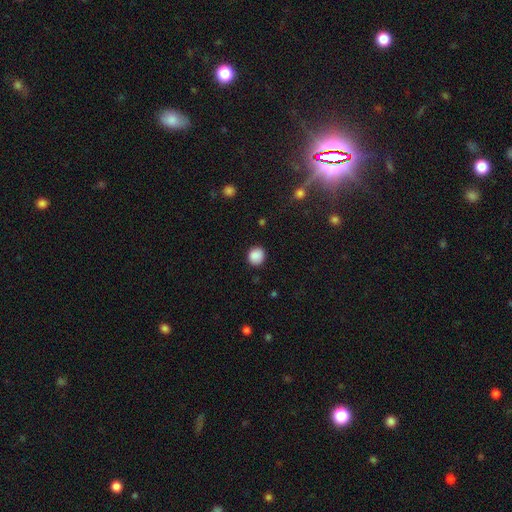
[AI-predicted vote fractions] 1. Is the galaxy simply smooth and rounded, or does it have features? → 88% smooth, 9% star or artifact, 3% featured or disk.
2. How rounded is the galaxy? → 86% round, 13% in between, 1% cigar-shaped.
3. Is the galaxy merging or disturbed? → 88% none, 8% minor disturbance, 2% major disturbance, 1% merger.